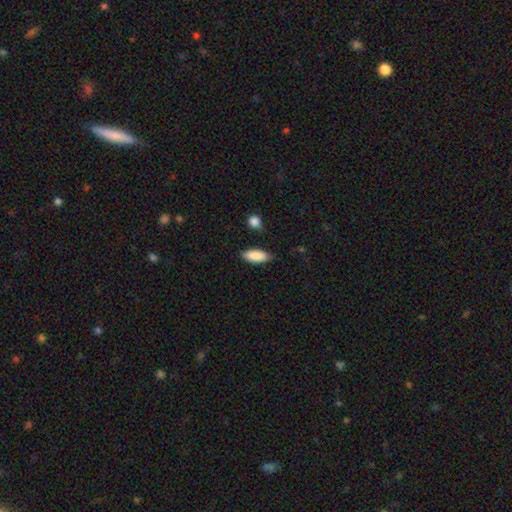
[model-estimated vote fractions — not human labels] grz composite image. It shows a smooth galaxy with no disk features (88%) that is in between round and cigar-shaped (75%). Merging: none (79%).